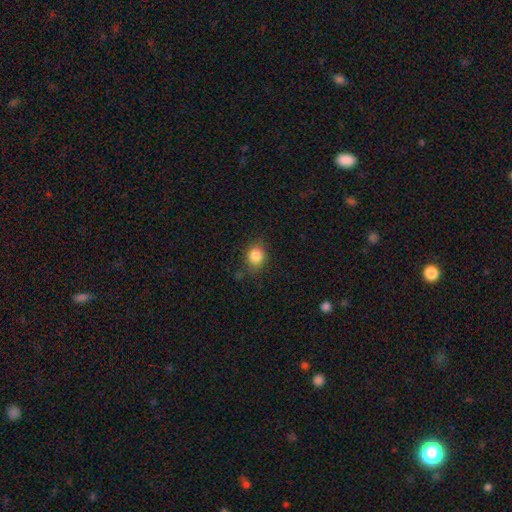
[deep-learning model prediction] smooth-or-featured: smooth: 85% | star or artifact: 10% | featured or disk: 5%
  how-rounded: round: 66% | in between: 33% | cigar-shaped: 1%
  merging: none: 78% | minor disturbance: 16% | major disturbance: 4% | merger: 2%